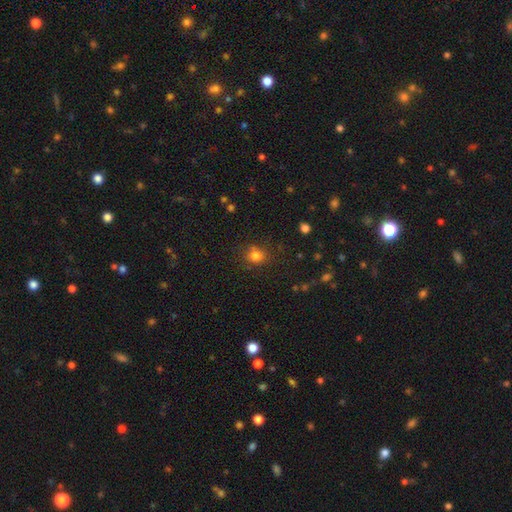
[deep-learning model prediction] The model was most divided on "how rounded": round: 70%, in between: 29%, cigar-shaped: 1%. More confident: smooth or featured — smooth (79%); merging — none (75%).